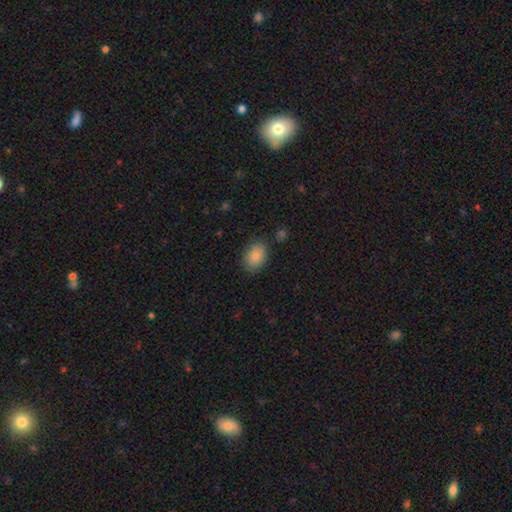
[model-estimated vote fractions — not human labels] Morphology: type=smooth (86%); roundness=in between (79%); merging=none (80%).